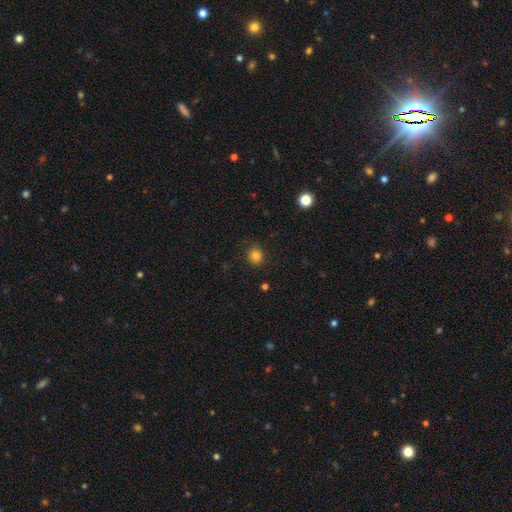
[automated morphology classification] Overall: smooth (82%). How rounded: round (79%). Merging: none (86%).